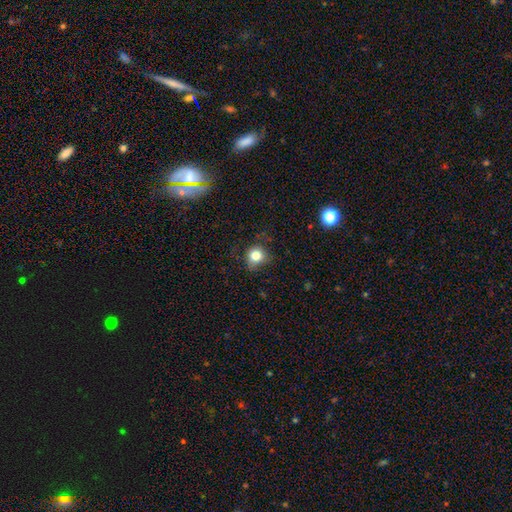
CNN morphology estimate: A smooth galaxy with no disk features (81%) that is round (85%). Merging: none (74%).